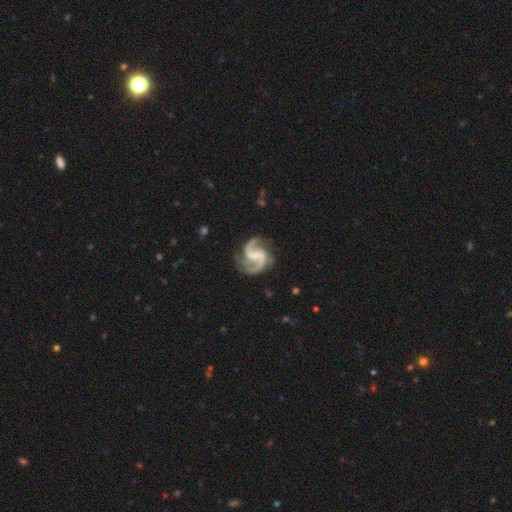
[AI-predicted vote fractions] The model was most divided on "bar": weak: 47%, no: 28%, strong: 25%. More confident: edge-on disk — no (99%); spiral arms — yes (98%); smooth or featured — featured or disk (92%); spiral arm count — 2 (85%); merging — none (73%); spiral winding — medium (56%); bulge size — none (53%).